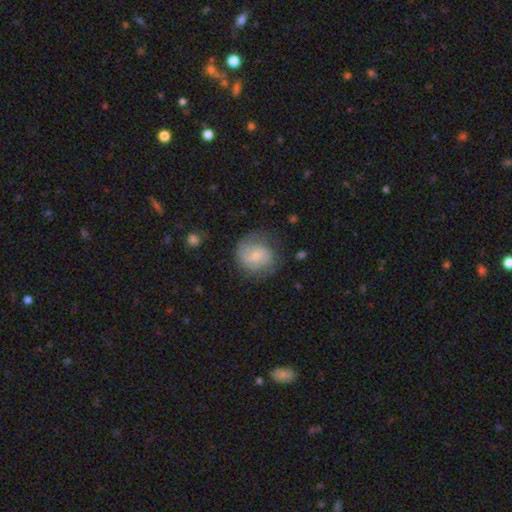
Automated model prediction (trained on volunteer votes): A featured or disk galaxy (52%) with a weak bar (48%), spiral arms (84%) and a small central bulge (59%).

Vote fractions:
- Smooth or featured? featured or disk: 52% / smooth: 41% / star or artifact: 7%
- Edge-on disk? no: 97% / yes: 3%
- Bar? weak: 48% / no: 43% / strong: 9%
- Spiral arms? yes: 84% / no: 16%
- Bulge size? small: 59% / moderate: 33% / none: 5% / large: 2% / dominant: 1%
- Merging? none: 67% / minor disturbance: 21% / major disturbance: 10% / merger: 1%